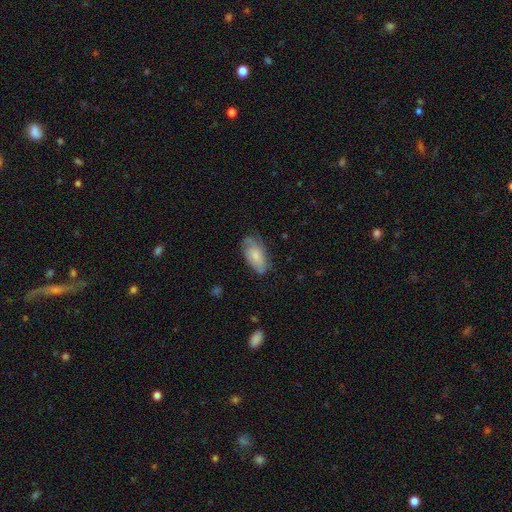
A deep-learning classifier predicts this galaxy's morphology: smooth_or_featured: smooth (p=0.67) [alt: featured or disk p=0.27]
how_rounded: in between (p=0.91) [alt: cigar-shaped p=0.06]
merging: none (p=0.61) [alt: minor disturbance p=0.29]